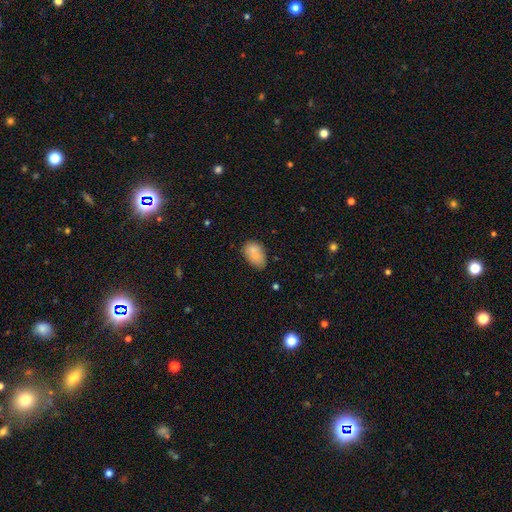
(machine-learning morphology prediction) type=smooth (78%); roundness=in between (88%); merging=none (57%).